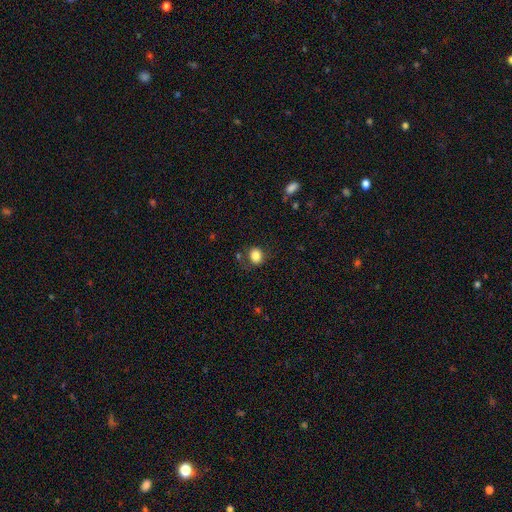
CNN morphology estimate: Q: Smooth or featured?
A: smooth (84%); runner-up: star or artifact (10%)
Q: How rounded?
A: round (59%); runner-up: in between (40%)
Q: Merging?
A: none (77%); runner-up: minor disturbance (15%)